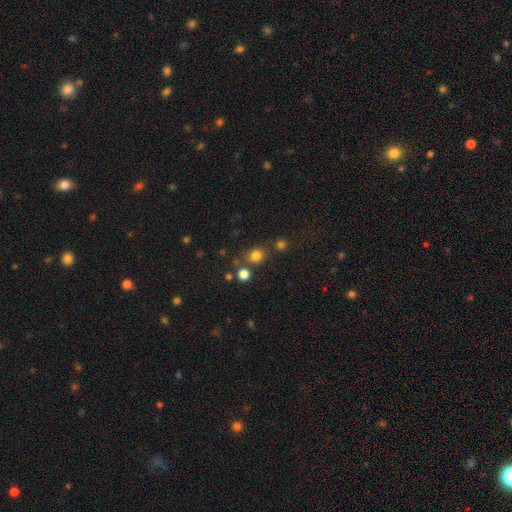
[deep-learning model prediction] This is likely a smooth galaxy (78%). How rounded: likely round (78%). Merging: likely none (74%).